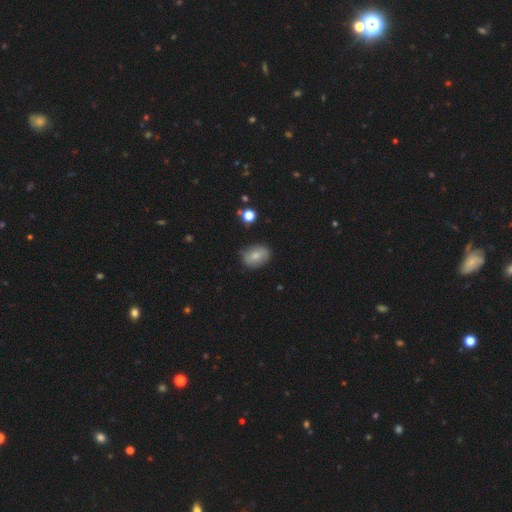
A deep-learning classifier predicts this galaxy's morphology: This appears to be a smooth galaxy with no disk features (69%) that is in between round and cigar-shaped (67%). Merging: none (78%).